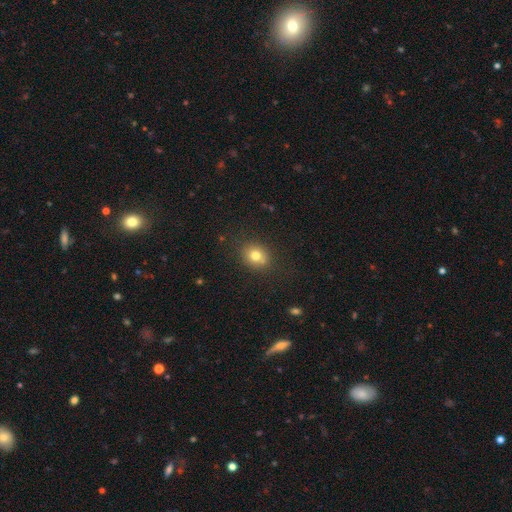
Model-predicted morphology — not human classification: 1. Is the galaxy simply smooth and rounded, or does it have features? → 76% smooth, 13% star or artifact, 11% featured or disk.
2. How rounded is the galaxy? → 66% round, 33% in between, 1% cigar-shaped.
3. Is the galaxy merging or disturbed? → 76% none, 13% minor disturbance, 7% merger, 4% major disturbance.